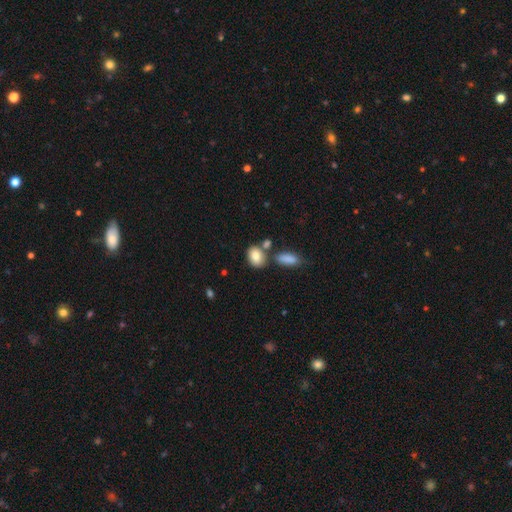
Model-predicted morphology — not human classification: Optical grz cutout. It shows a smooth galaxy with no disk features (82%) that is in between round and cigar-shaped (73%). Merging: none (60%).